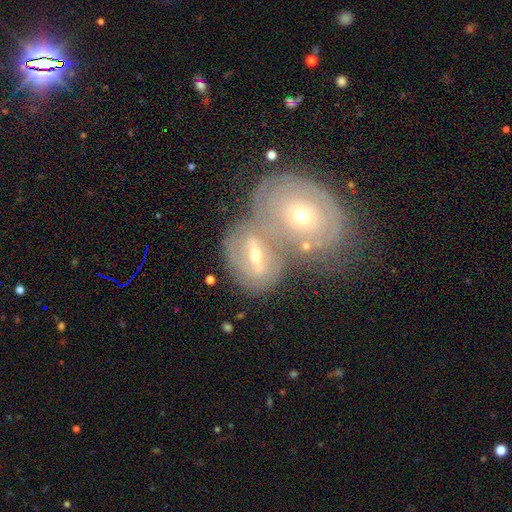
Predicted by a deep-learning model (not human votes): Smooth or featured? Predicted: featured or disk (p=0.72). Edge-on disk? Predicted: no (p=0.93). Bar? Predicted: no (p=0.37). Spiral arms? Predicted: yes (p=0.72). Bulge size? Predicted: moderate (p=0.53). Merging? Predicted: merger (p=0.56).